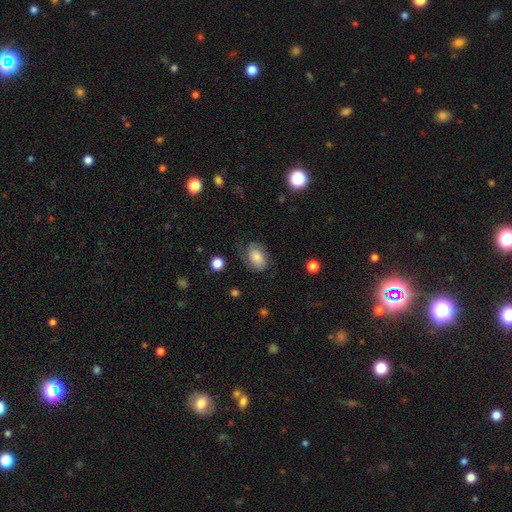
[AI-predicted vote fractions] Overall: smooth (59%; featured or disk 32%). How rounded: in between (80%). Merging: none (63%; minor disturbance 23%).